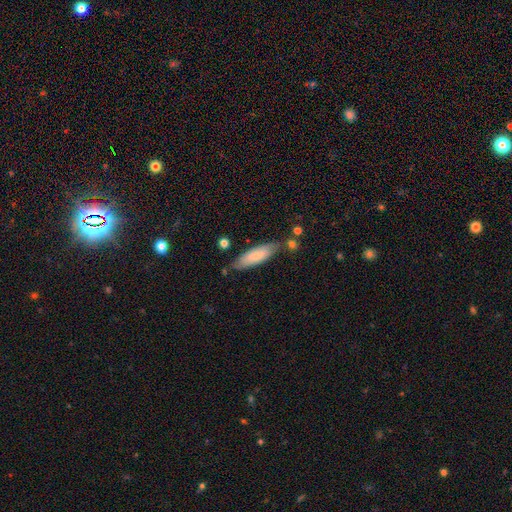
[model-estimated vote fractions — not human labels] smooth 79%, featured or disk 16%, star or artifact 6%. Down the decision tree: how rounded — cigar-shaped (53%); merging — none (74%).